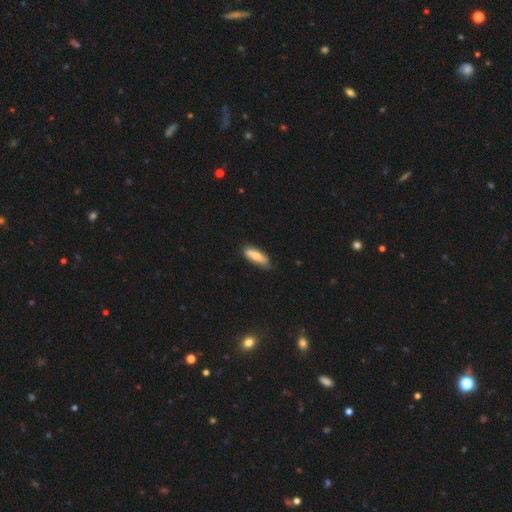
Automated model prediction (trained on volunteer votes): A smooth galaxy with no disk features (60%) that is in between round and cigar-shaped (59%).

Vote fractions:
- Smooth or featured? smooth: 60% / featured or disk: 34% / star or artifact: 6%
- How rounded? in between: 59% / cigar-shaped: 39% / round: 2%
- Merging? none: 76% / minor disturbance: 18% / major disturbance: 3% / merger: 3%